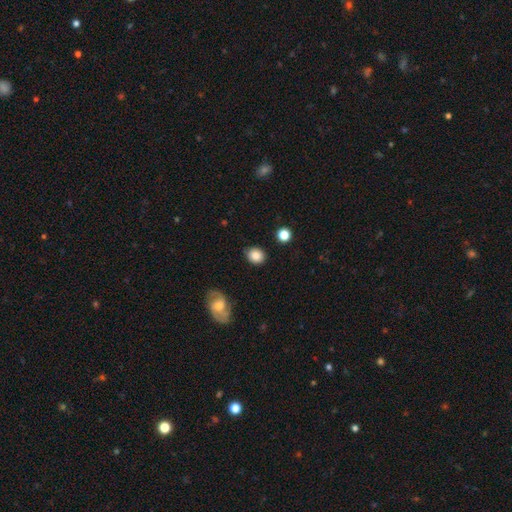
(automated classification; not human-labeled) This is clearly a smooth galaxy (85%). How rounded: likely round (65%). Merging: clearly none (82%).